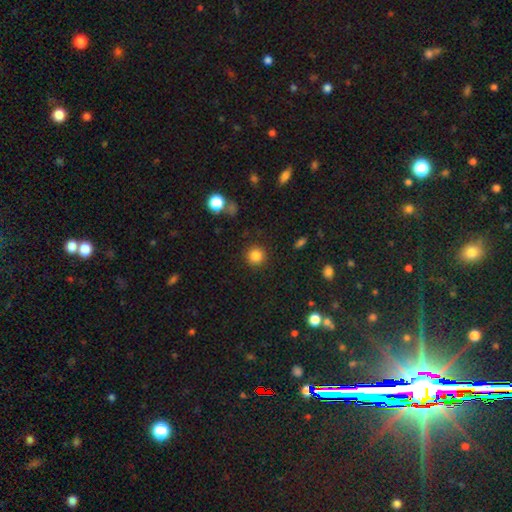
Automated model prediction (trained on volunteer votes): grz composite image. It shows a smooth galaxy with no disk features (84%) that is round (94%). Merging: none (90%).